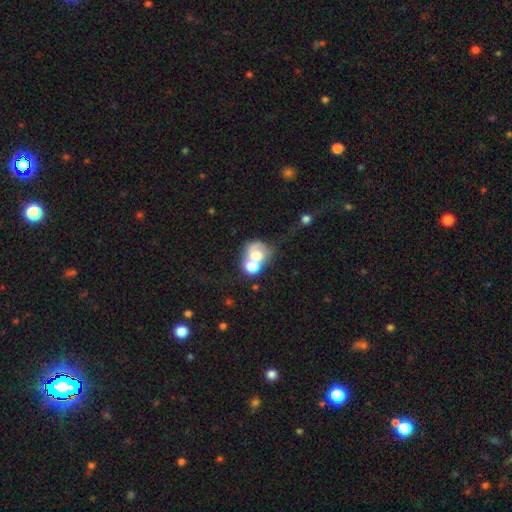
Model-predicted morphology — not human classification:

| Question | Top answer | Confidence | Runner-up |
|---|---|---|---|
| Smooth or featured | smooth | 56% | featured or disk (33%) |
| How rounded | round | 56% | in between (43%) |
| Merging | merger | 63% | none (17%) |